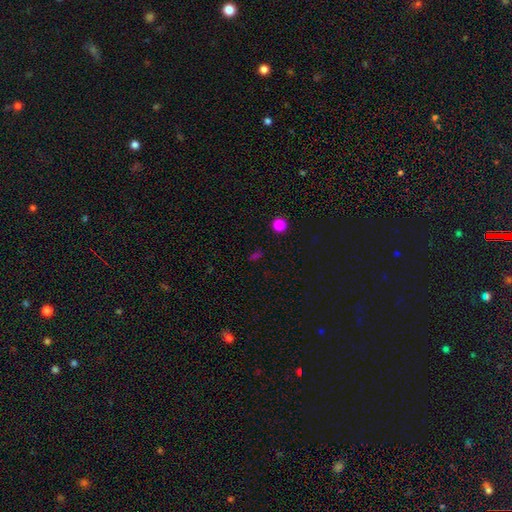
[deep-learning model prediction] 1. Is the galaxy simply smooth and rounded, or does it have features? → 53% smooth, 41% star or artifact, 6% featured or disk.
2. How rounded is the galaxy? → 57% round, 35% in between, 8% cigar-shaped.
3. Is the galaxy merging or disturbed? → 86% none, 7% minor disturbance, 4% major disturbance, 3% merger.